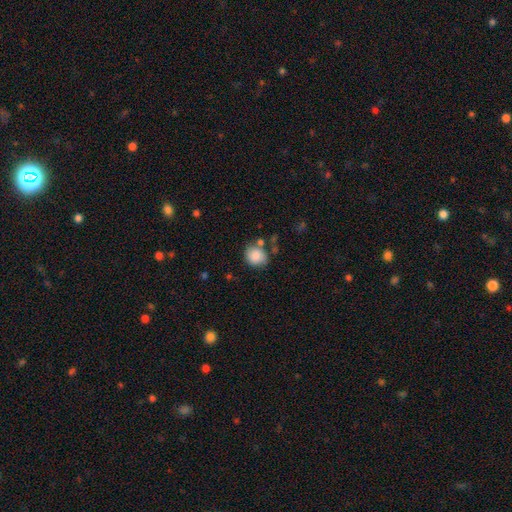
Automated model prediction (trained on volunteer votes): This is clearly a smooth galaxy (85%). How rounded: likely round (77%). Merging: likely none (65%).